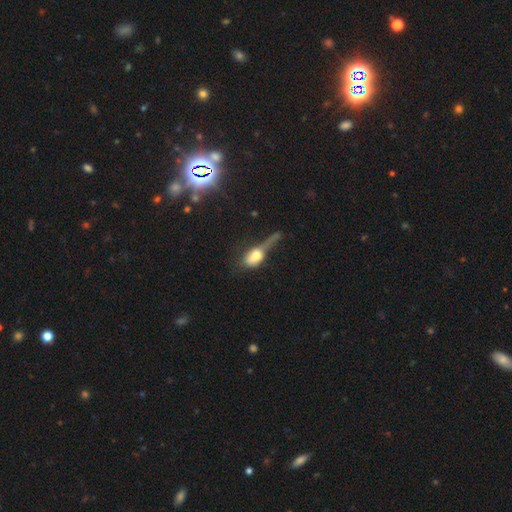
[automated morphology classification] This appears to be a smooth galaxy with no disk features (62%) that is in between round and cigar-shaped (72%). Merging: major disturbance (47%).